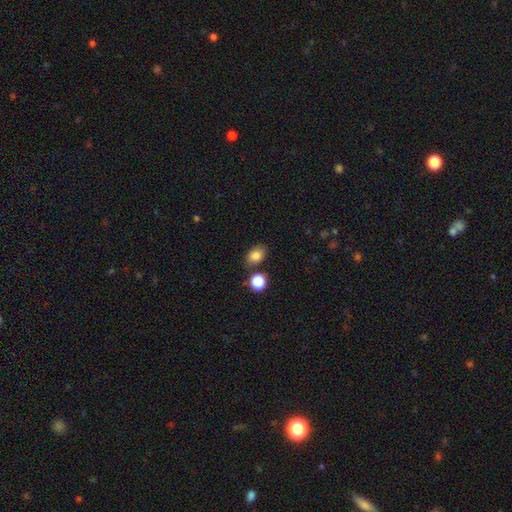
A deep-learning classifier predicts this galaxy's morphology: Q: Smooth or featured?
A: smooth (84%); runner-up: star or artifact (10%)
Q: How rounded?
A: in between (75%); runner-up: round (24%)
Q: Merging?
A: none (76%); runner-up: minor disturbance (12%)